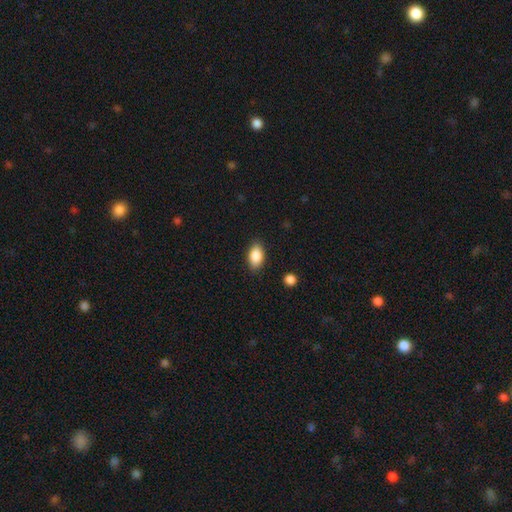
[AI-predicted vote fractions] This appears to be a smooth galaxy with no disk features (86%) that is in between round and cigar-shaped (91%). Merging: none (87%).